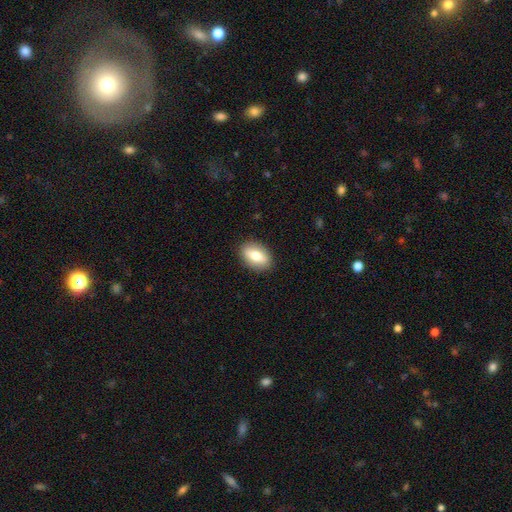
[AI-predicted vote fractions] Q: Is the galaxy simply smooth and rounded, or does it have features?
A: smooth — 73%.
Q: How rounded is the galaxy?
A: in between — 88%.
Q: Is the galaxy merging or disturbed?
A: none — 88%.